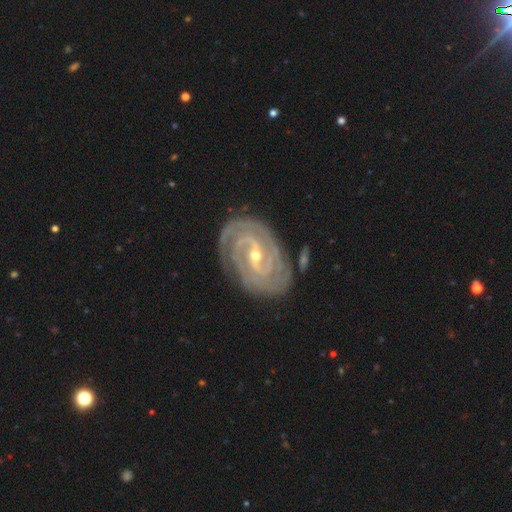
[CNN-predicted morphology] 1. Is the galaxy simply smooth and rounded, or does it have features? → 92% featured or disk, 4% star or artifact, 4% smooth.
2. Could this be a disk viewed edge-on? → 97% no, 3% yes.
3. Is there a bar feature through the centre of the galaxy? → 44% weak, 38% strong, 19% no.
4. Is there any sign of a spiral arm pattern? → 98% yes, 2% no.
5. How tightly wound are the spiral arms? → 76% tight, 20% medium, 3% loose.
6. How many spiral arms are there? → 33% 2, 27% 3, 14% 4, 14% can't tell, 6% more than 4, 5% 1.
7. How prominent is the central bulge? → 60% small, 37% moderate, 1% large, 1% none, 1% dominant.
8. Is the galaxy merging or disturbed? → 78% none, 15% minor disturbance, 4% major disturbance, 2% merger.